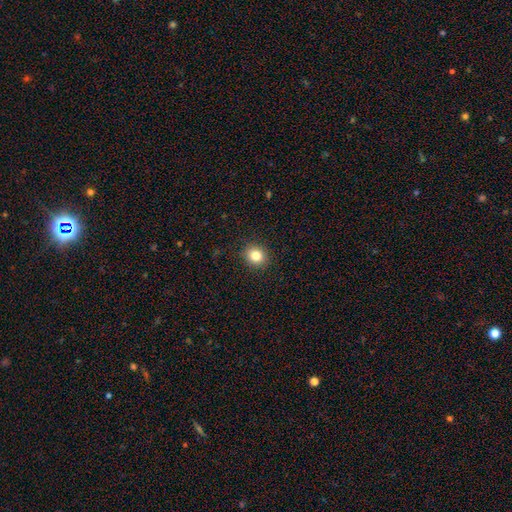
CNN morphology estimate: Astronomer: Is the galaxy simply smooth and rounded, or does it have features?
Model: smooth — 82%.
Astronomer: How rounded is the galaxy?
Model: round — 75%.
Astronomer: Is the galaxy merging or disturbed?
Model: none — 90%.